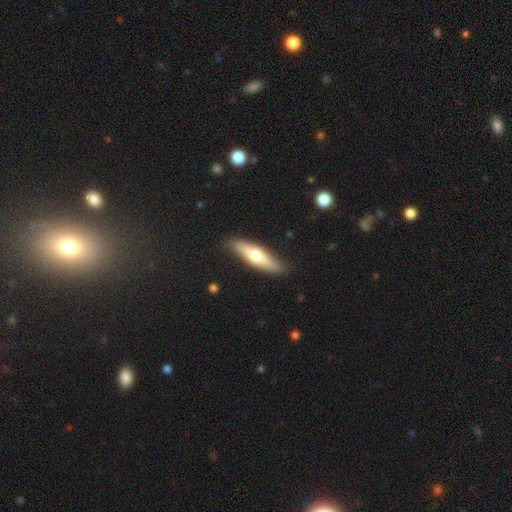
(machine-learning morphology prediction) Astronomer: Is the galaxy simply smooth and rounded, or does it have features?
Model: smooth — 57% (runner-up: featured or disk, 38%).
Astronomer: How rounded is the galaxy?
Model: cigar-shaped — 69%.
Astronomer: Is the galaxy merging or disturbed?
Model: none — 85%.